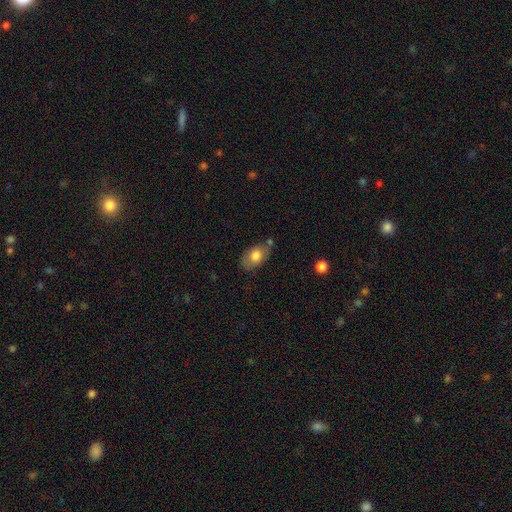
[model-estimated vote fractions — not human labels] A smooth galaxy with no disk features (75%) that is in between round and cigar-shaped (87%). Merging: none (59%).